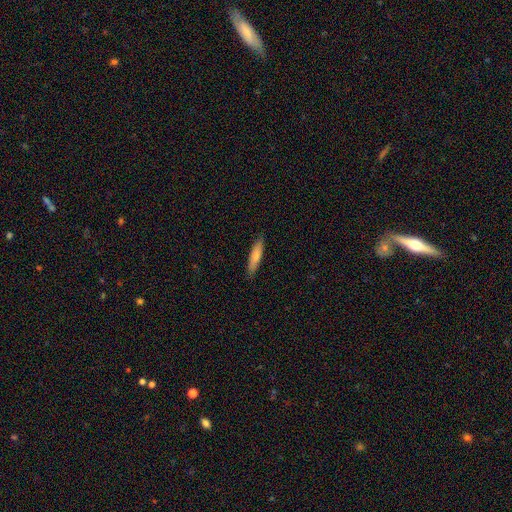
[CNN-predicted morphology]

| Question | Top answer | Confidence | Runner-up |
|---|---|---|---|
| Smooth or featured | smooth | 77% | featured or disk (17%) |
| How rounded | cigar-shaped | 81% | in between (18%) |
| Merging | none | 88% | minor disturbance (9%) |